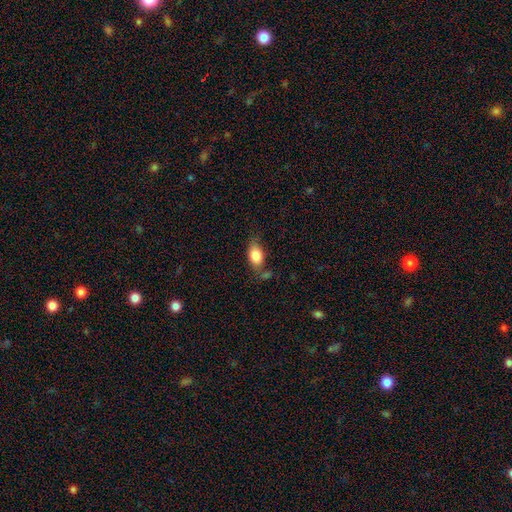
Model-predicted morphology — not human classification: type=smooth (83%); roundness=in between (89%); merging=none (61%).